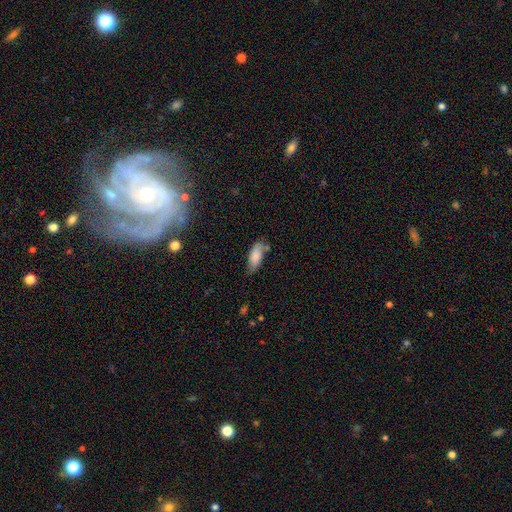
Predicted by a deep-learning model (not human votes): Smooth or featured?
  - smooth: 80% *
  - featured or disk: 13%
  - star or artifact: 7%
How rounded?
  - in between: 79% *
  - cigar-shaped: 19%
  - round: 2%
Merging?
  - none: 60% *
  - minor disturbance: 27%
  - merger: 7%
  - major disturbance: 6%